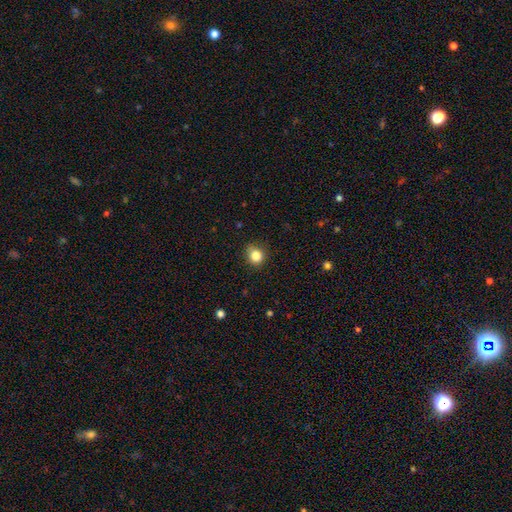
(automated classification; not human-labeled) Morphology: type=smooth (84%); roundness=round (80%); merging=none (81%).